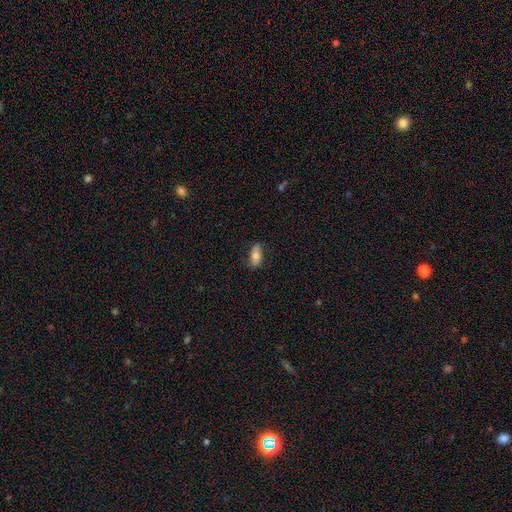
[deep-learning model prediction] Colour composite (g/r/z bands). It shows a smooth galaxy with no disk features (75%) that is in between round and cigar-shaped (83%). Merging: none (78%).